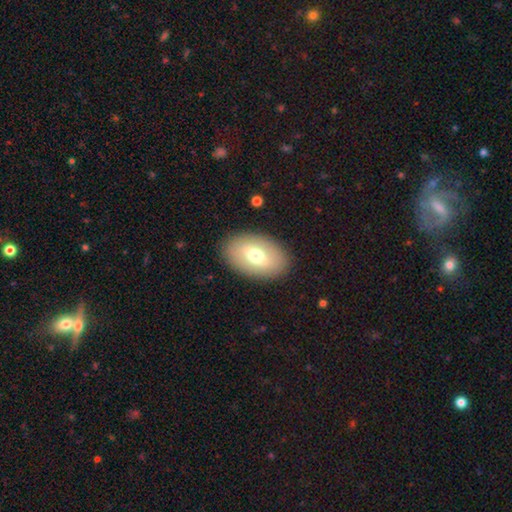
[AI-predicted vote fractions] Smooth or featured? smooth (66%)
How rounded? in between (90%)
Merging? none (88%)